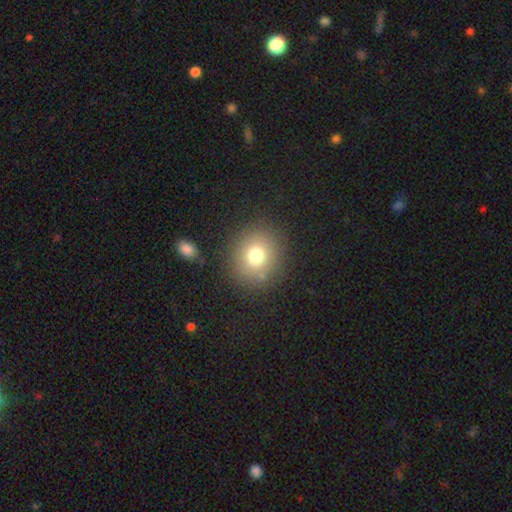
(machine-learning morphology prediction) Smooth or featured: smooth — 75% (star or artifact — 14%)
How rounded: round — 84% (in between — 15%)
Merging: none — 84% (minor disturbance — 9%)